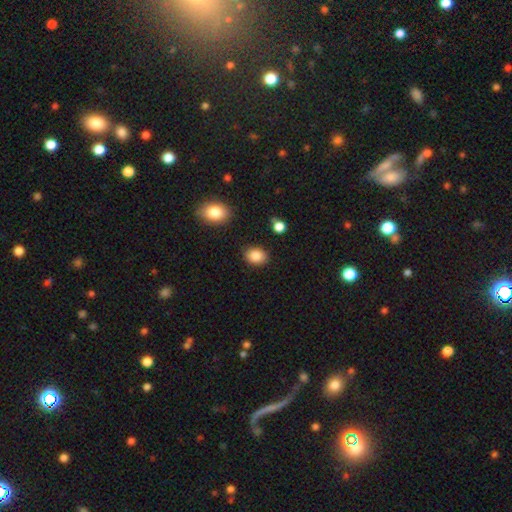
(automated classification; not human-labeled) A smooth galaxy with no disk features (87%) that is in between round and cigar-shaped (62%).

Vote fractions:
- Smooth or featured? smooth: 87% / star or artifact: 9% / featured or disk: 5%
- How rounded? in between: 62% / round: 37% / cigar-shaped: 1%
- Merging? none: 86% / minor disturbance: 10% / major disturbance: 3% / merger: 2%